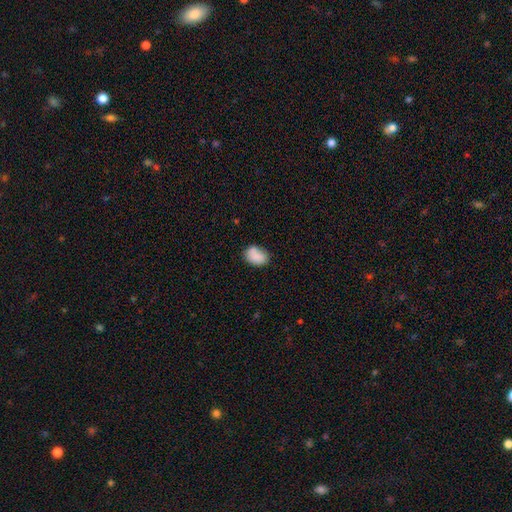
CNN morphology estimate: A smooth galaxy with no disk features (84%) that is in between round and cigar-shaped (78%). Merging: none (64%).